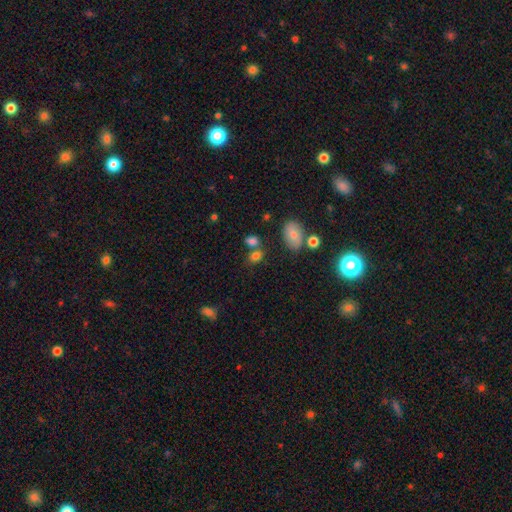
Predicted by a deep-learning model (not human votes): smooth 80%, star or artifact 12%, featured or disk 8%. Down the decision tree: how rounded — in between (62%); merging — none (57%).